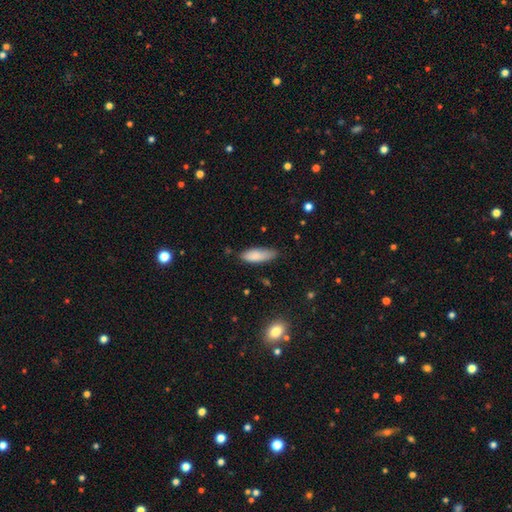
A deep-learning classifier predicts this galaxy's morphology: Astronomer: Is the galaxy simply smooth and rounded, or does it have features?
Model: smooth — 85%.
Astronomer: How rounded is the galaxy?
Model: in between — 69%.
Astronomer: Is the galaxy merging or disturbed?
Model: none — 66%.